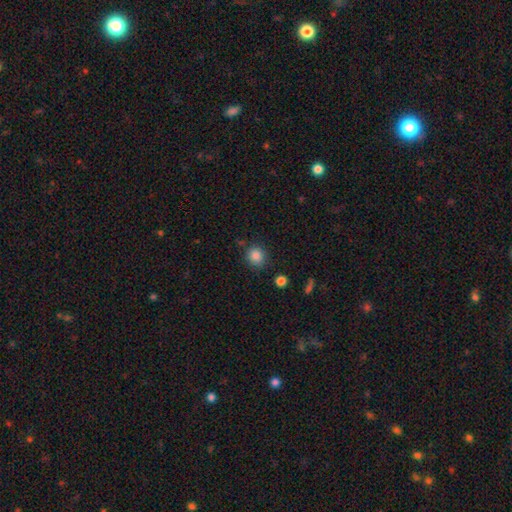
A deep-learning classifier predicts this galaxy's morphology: smooth 85%, star or artifact 10%, featured or disk 4%. Down the decision tree: how rounded — round (84%); merging — none (82%).